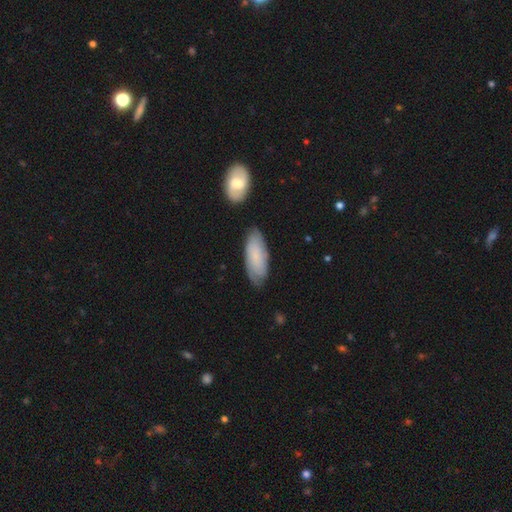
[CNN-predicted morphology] Smooth or featured? Predicted: smooth (p=0.70). How rounded? Predicted: in between (p=0.79). Merging? Predicted: none (p=0.74).